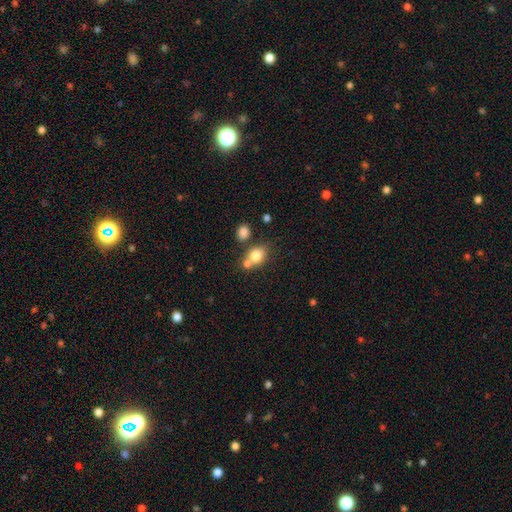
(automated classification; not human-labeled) smooth_or_featured: smooth (p=0.79) [alt: star or artifact p=0.10]
how_rounded: round (p=0.58) [alt: in between p=0.41]
merging: none (p=0.49) [alt: merger p=0.36]